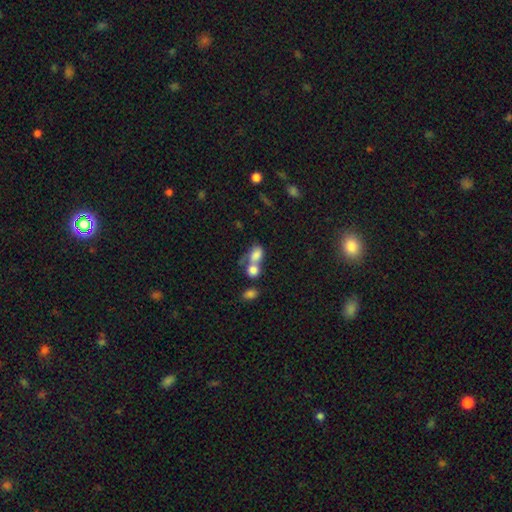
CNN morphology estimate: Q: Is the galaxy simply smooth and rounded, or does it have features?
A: smooth — 77%.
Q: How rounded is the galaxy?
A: in between — 73%.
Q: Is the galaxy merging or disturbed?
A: merger — 63%.